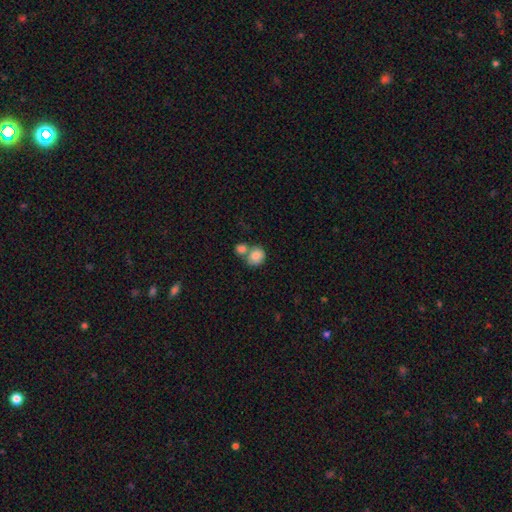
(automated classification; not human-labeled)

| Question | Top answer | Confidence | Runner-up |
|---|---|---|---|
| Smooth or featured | smooth | 83% | featured or disk (9%) |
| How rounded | round | 75% | in between (24%) |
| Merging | merger | 48% | none (40%) |